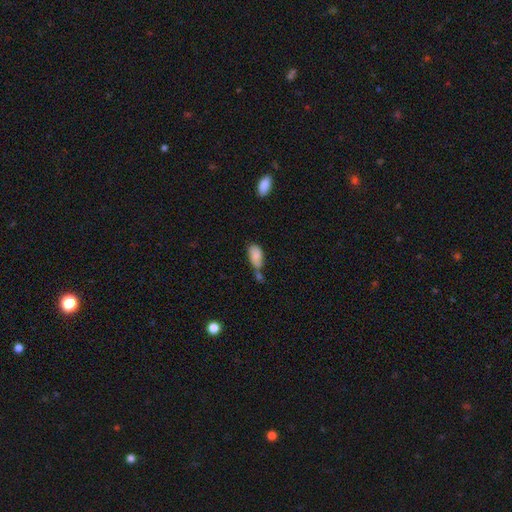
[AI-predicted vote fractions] Smooth or featured? Predicted: smooth (p=0.80). How rounded? Predicted: in between (p=0.92). Merging? Predicted: merger (p=0.36).